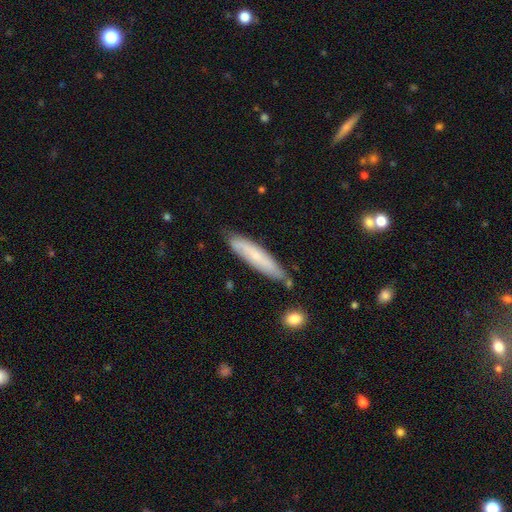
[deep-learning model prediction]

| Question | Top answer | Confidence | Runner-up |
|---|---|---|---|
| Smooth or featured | smooth | 61% | featured or disk (33%) |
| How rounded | cigar-shaped | 84% | in between (15%) |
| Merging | none | 78% | minor disturbance (16%) |